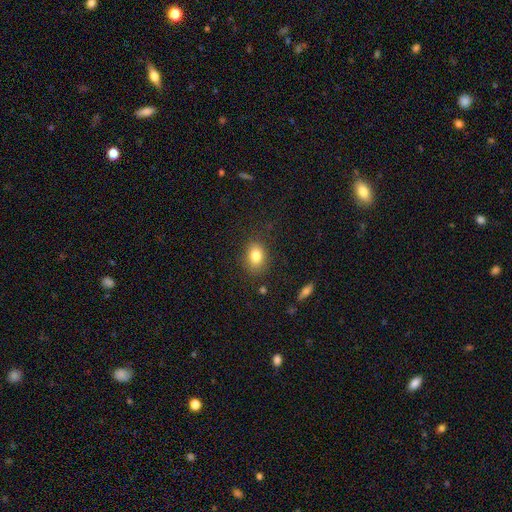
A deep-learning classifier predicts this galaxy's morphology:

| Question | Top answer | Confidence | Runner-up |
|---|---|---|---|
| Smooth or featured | smooth | 82% | star or artifact (10%) |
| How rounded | in between | 64% | round (34%) |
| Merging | none | 84% | minor disturbance (12%) |